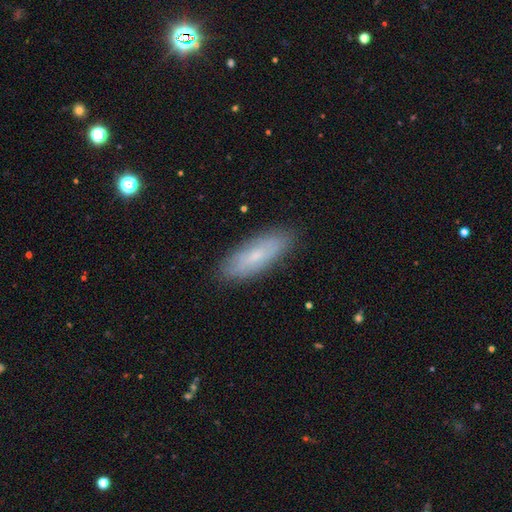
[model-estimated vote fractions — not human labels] This appears to be a smooth galaxy with no disk features (59%) that is in between round and cigar-shaped (63%). Merging: none (86%).